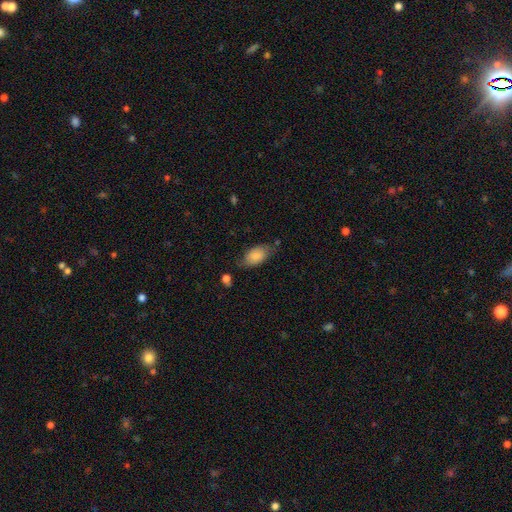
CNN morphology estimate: A smooth galaxy with no disk features (80%) that is in between round and cigar-shaped (92%). Merging: none (62%).